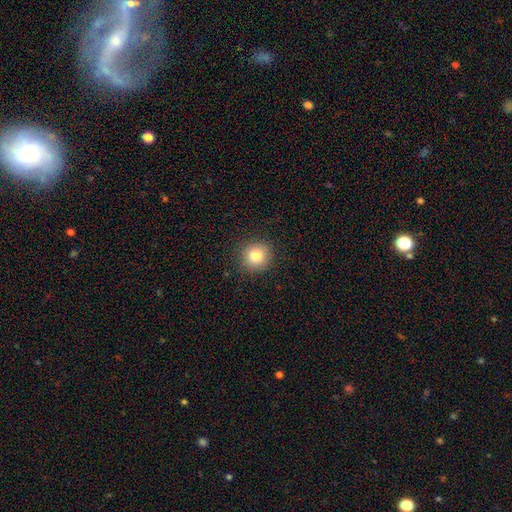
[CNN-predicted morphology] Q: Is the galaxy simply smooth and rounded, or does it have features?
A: smooth — 84%.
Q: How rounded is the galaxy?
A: round — 90%.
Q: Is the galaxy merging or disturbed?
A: none — 89%.